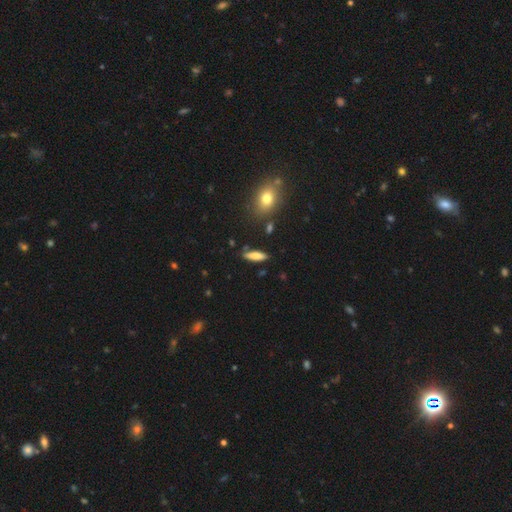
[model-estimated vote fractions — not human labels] Smooth or featured? Predicted: smooth (p=0.74). How rounded? Predicted: cigar-shaped (p=0.57). Merging? Predicted: none (p=0.84).